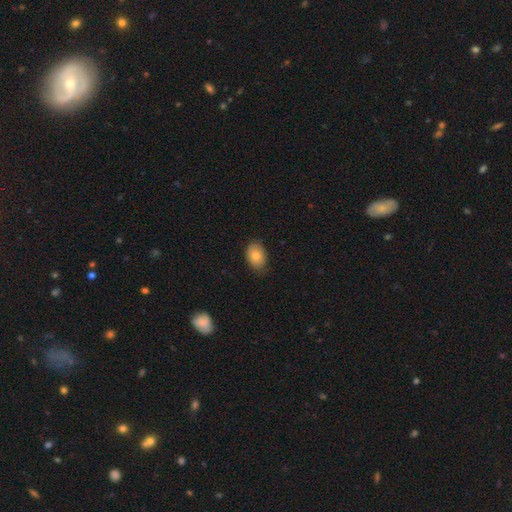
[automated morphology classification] Smooth or featured? Predicted: smooth (p=0.78). How rounded? Predicted: in between (p=0.78). Merging? Predicted: none (p=0.79).